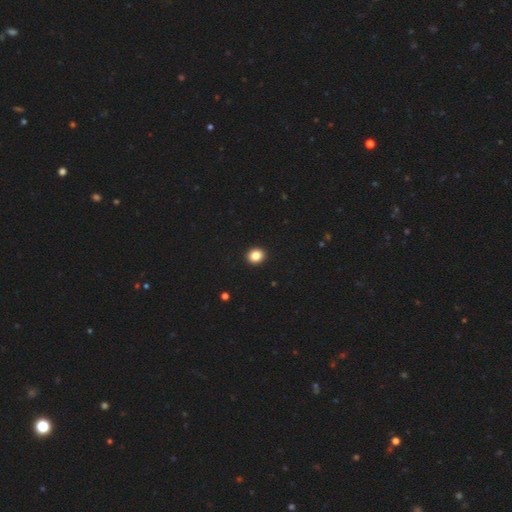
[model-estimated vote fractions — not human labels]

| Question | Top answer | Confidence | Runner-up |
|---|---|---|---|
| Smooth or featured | smooth | 85% | star or artifact (10%) |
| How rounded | round | 80% | in between (19%) |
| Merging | none | 94% | minor disturbance (4%) |